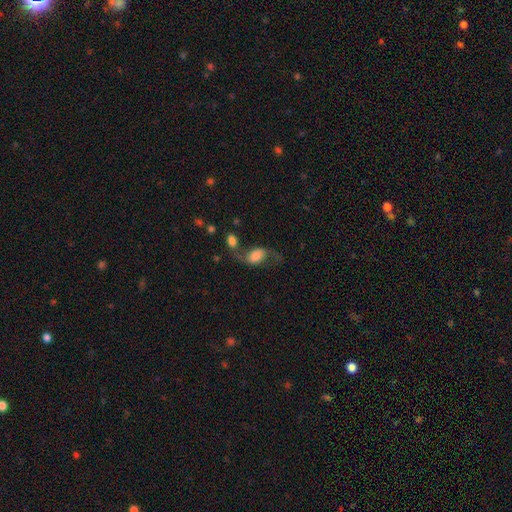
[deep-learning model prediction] The model was most divided on "smooth or featured": featured or disk: 50%, smooth: 40%, star or artifact: 10%. Remaining: merging — none (37%).